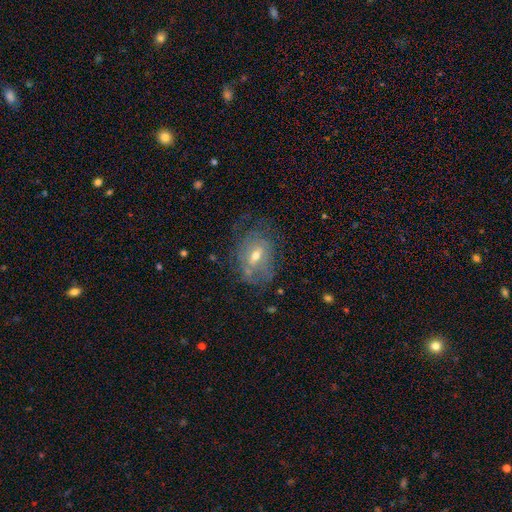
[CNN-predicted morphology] Q: Smooth or featured?
A: featured or disk (62%); runner-up: smooth (28%)
Q: Edge-on disk?
A: no (93%); runner-up: yes (7%)
Q: Bar?
A: weak (47%); runner-up: no (37%)
Q: Spiral arms?
A: yes (57%); runner-up: no (43%)
Q: Bulge size?
A: moderate (62%); runner-up: small (33%)
Q: Merging?
A: none (52%); runner-up: minor disturbance (25%)